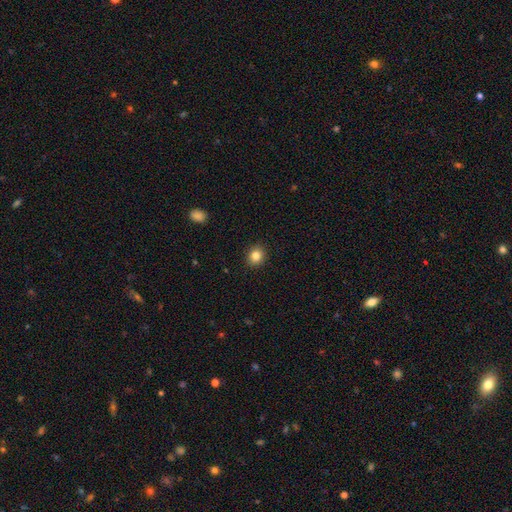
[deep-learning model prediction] smooth_or_featured: smooth (p=0.83) [alt: star or artifact p=0.11]
how_rounded: round (p=0.76) [alt: in between p=0.23]
merging: none (p=0.91) [alt: minor disturbance p=0.06]